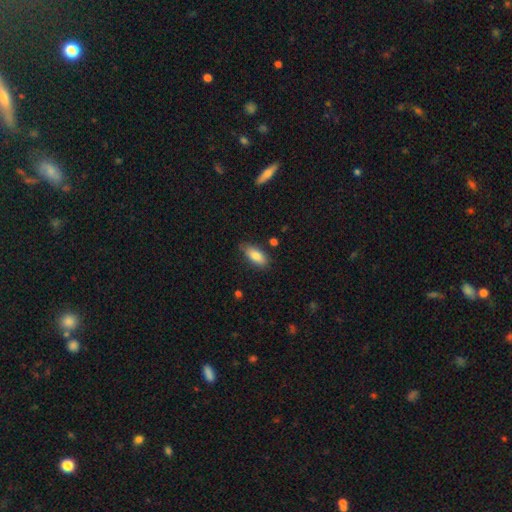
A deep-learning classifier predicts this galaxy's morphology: A smooth galaxy with no disk features (85%) that is in between round and cigar-shaped (84%). Merging: none (76%).